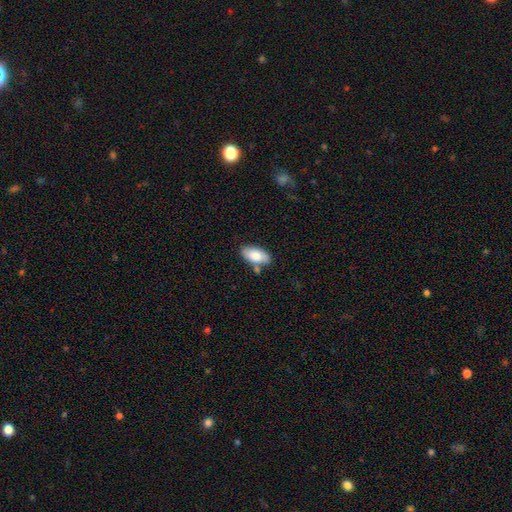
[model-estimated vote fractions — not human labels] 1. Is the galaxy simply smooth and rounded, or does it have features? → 78% smooth, 16% featured or disk, 6% star or artifact.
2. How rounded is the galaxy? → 92% in between, 5% cigar-shaped, 3% round.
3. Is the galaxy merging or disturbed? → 72% none, 16% minor disturbance, 9% merger, 3% major disturbance.